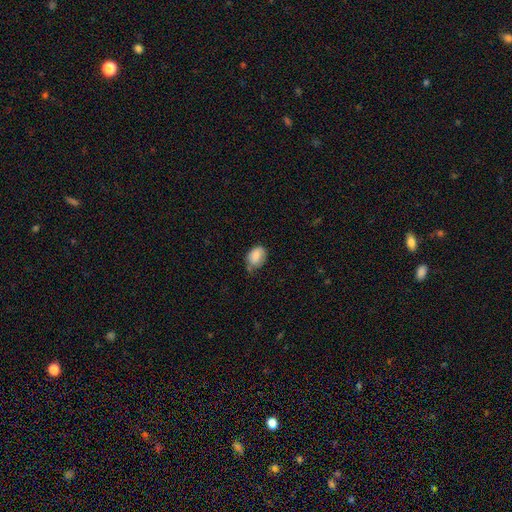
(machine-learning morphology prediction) Overall: smooth (82%). How rounded: in between (78%). Merging: none (43%; minor disturbance 42%).